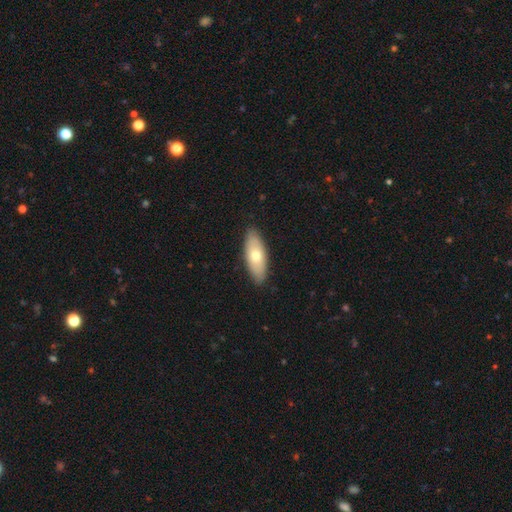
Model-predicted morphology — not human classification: Q: Smooth or featured?
A: smooth (66%); runner-up: featured or disk (29%)
Q: How rounded?
A: in between (74%); runner-up: cigar-shaped (23%)
Q: Merging?
A: none (88%); runner-up: minor disturbance (9%)